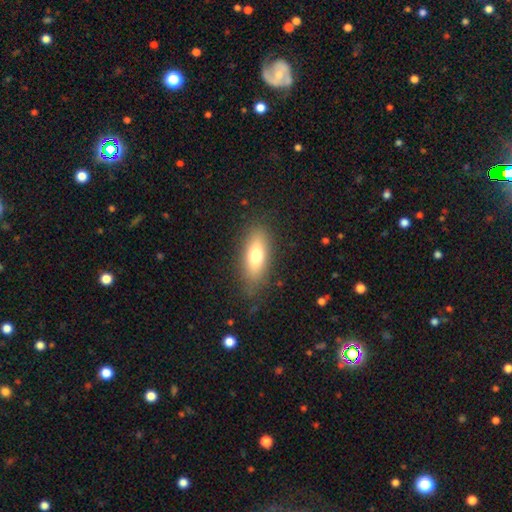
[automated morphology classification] smooth_or_featured: smooth (p=0.73) [alt: featured or disk p=0.20]
how_rounded: in between (p=0.71) [alt: cigar-shaped p=0.25]
merging: none (p=0.82) [alt: minor disturbance p=0.13]